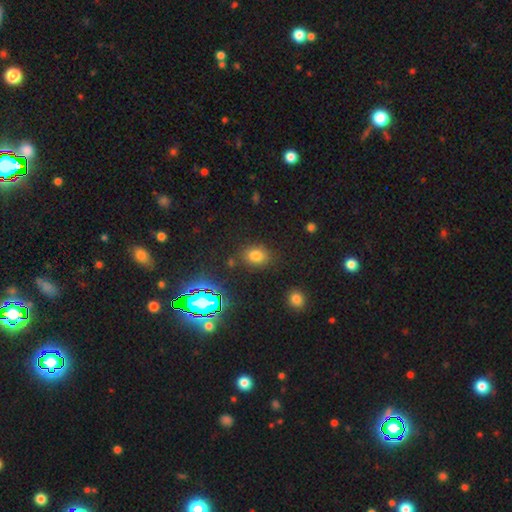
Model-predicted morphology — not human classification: A smooth galaxy with no disk features (71%) that is in between round and cigar-shaped (60%).

Vote fractions:
- Smooth or featured? smooth: 71% / star or artifact: 21% / featured or disk: 8%
- How rounded? in between: 60% / round: 38% / cigar-shaped: 1%
- Merging? none: 82% / minor disturbance: 11% / major disturbance: 4% / merger: 3%